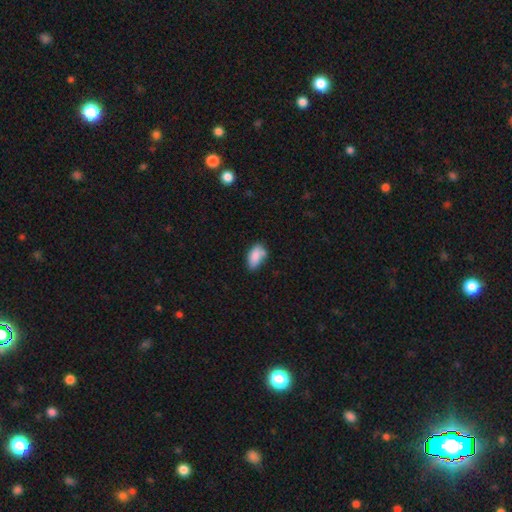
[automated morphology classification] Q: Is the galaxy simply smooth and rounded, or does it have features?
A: smooth — 82%.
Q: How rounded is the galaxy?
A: in between — 91%.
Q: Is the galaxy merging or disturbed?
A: none — 52%.